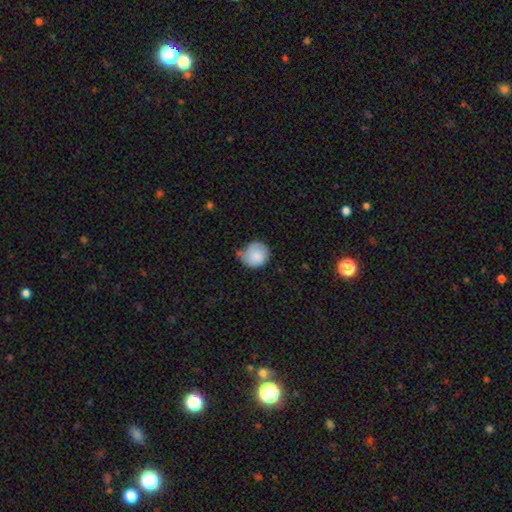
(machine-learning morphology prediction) smooth_or_featured: smooth (p=0.82) [alt: featured or disk p=0.11]
how_rounded: round (p=0.84) [alt: in between p=0.16]
merging: minor disturbance (p=0.45) [alt: none p=0.41]